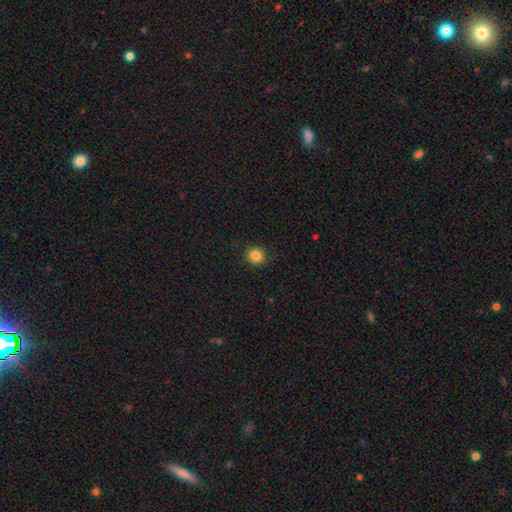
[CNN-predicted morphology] A smooth galaxy with no disk features (85%) that is round (91%). Merging: none (92%).